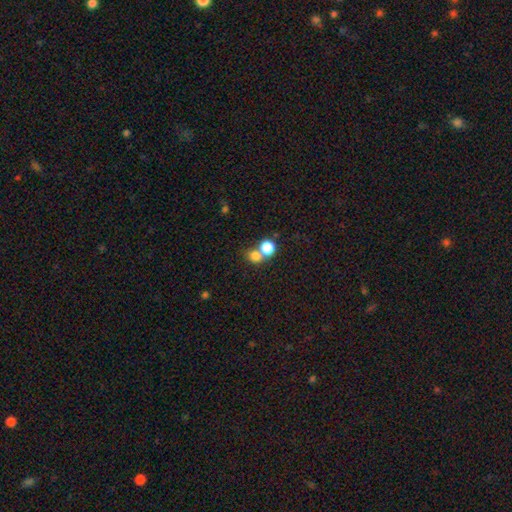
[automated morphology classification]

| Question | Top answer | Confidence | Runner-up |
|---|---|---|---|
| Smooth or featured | smooth | 78% | star or artifact (13%) |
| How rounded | round | 78% | in between (21%) |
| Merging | merger | 50% | none (41%) |